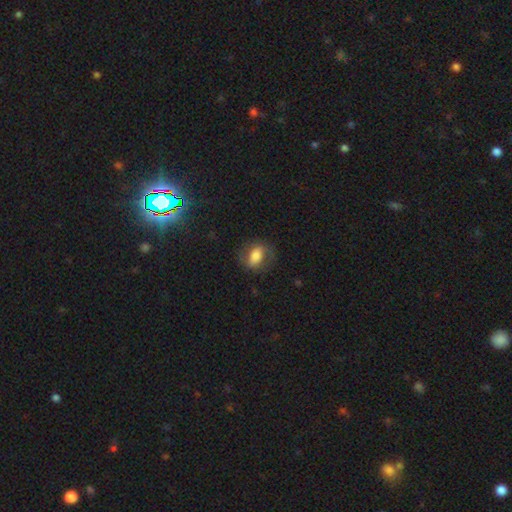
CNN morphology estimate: smooth 48%, featured or disk 43%, star or artifact 9%. Down the decision tree: merging — none (72%).